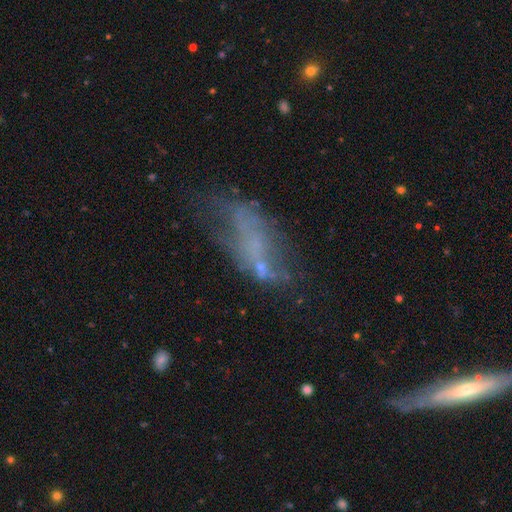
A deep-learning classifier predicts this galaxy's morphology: This is possibly a featured or disk galaxy (48%). Merging: marginally major disturbance (34%).